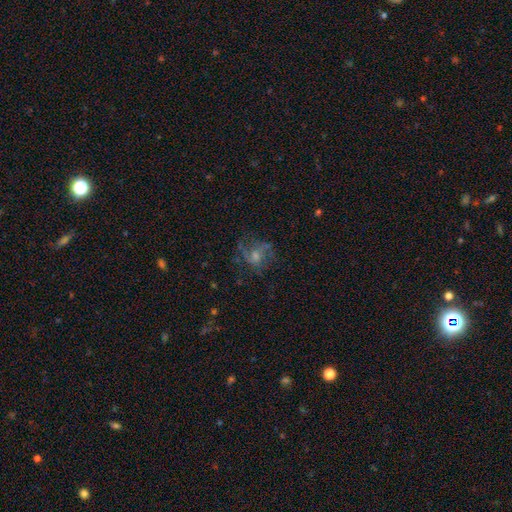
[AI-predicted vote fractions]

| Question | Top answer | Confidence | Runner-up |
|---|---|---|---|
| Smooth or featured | featured or disk | 55% | smooth (25%) |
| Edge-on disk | no | 97% | yes (3%) |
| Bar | no | 69% | weak (27%) |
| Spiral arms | yes | 73% | no (27%) |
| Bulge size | moderate | 46% | small (38%) |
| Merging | none | 61% | major disturbance (19%) |